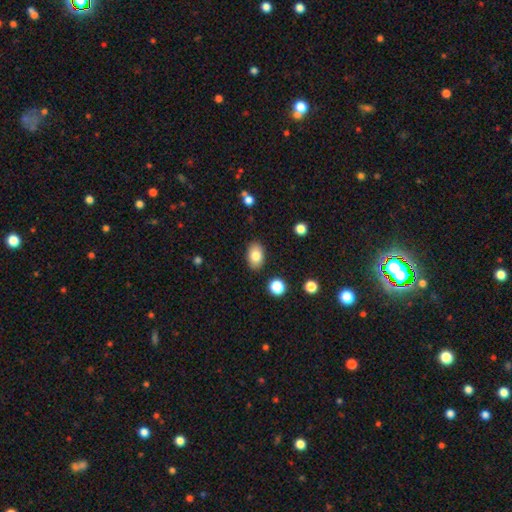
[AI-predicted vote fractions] smooth 82%, featured or disk 10%, star or artifact 8%. Down the decision tree: how rounded — in between (86%); merging — none (86%).